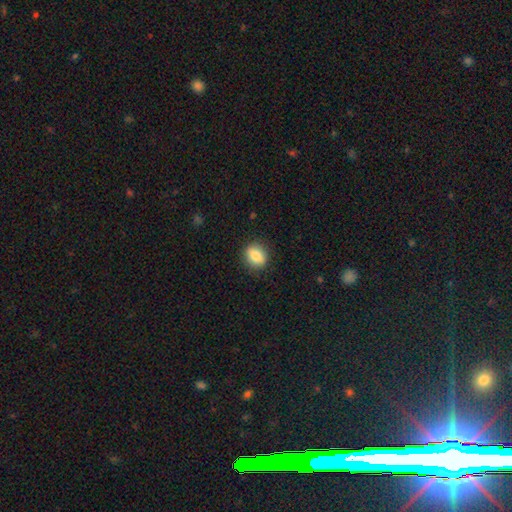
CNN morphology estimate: A smooth galaxy with no disk features (84%) that is round (56%). Merging: none (87%).